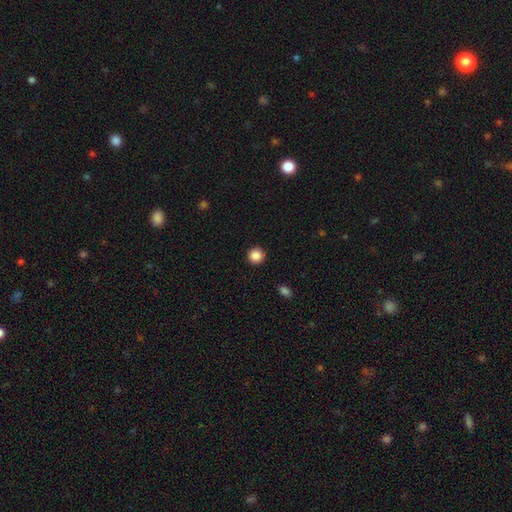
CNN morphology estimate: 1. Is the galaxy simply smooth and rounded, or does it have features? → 87% smooth, 10% star or artifact, 3% featured or disk.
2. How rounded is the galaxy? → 95% round, 4% in between, 1% cigar-shaped.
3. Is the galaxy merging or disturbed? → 92% none, 5% minor disturbance, 2% major disturbance, 1% merger.